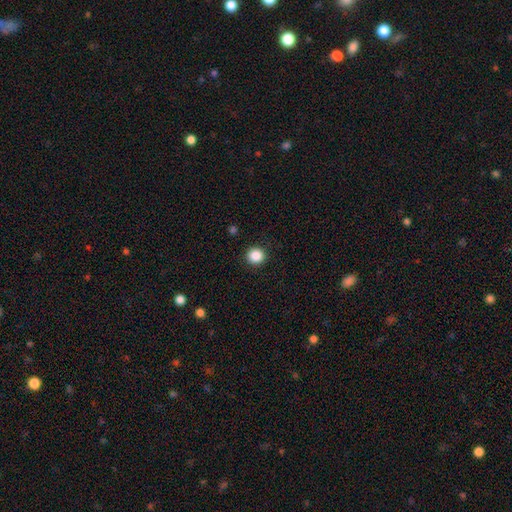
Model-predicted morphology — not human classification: Q: Smooth or featured?
A: smooth (87%); runner-up: star or artifact (10%)
Q: How rounded?
A: round (93%); runner-up: in between (6%)
Q: Merging?
A: none (92%); runner-up: minor disturbance (5%)